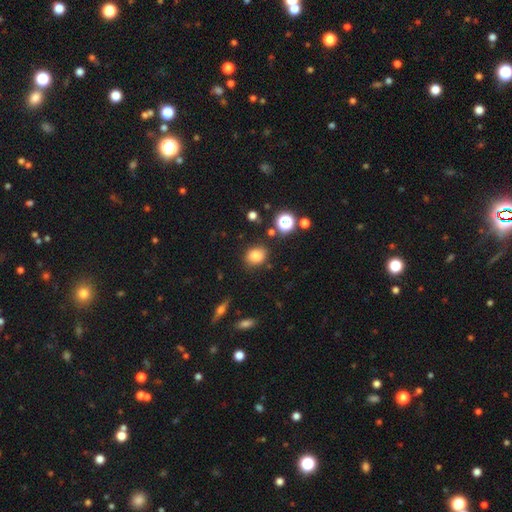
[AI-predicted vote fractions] Smooth or featured?
  - smooth: 80% *
  - star or artifact: 13%
  - featured or disk: 6%
How rounded?
  - round: 60% *
  - in between: 39%
  - cigar-shaped: 1%
Merging?
  - none: 82% *
  - minor disturbance: 11%
  - merger: 3%
  - major disturbance: 3%